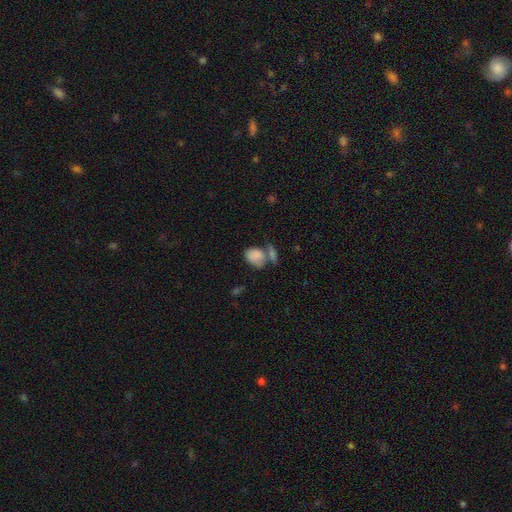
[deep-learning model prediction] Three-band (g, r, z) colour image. It shows a smooth galaxy with no disk features (83%) that is in between round and cigar-shaped (70%). Merging: merger (40%).